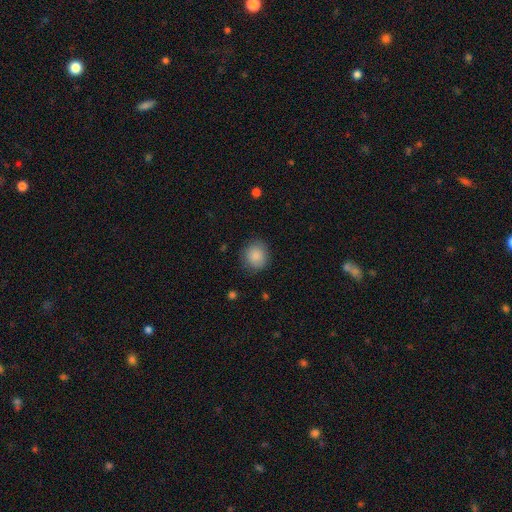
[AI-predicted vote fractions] Q: Smooth or featured?
A: smooth (87%); runner-up: star or artifact (8%)
Q: How rounded?
A: round (81%); runner-up: in between (18%)
Q: Merging?
A: none (82%); runner-up: minor disturbance (13%)